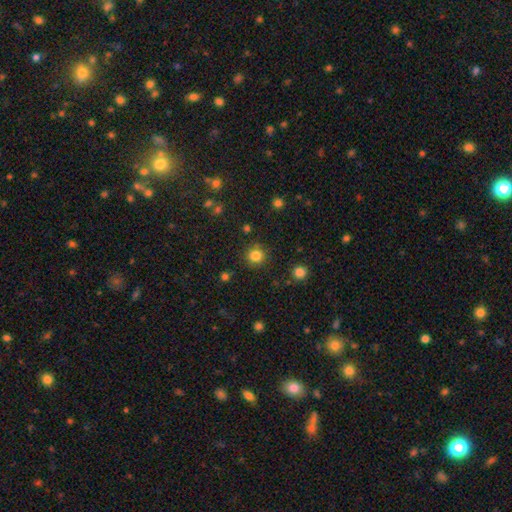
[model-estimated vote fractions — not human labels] smooth-or-featured: smooth: 83% | star or artifact: 12% | featured or disk: 5%
  how-rounded: round: 93% | in between: 6% | cigar-shaped: 1%
  merging: none: 88% | minor disturbance: 8% | major disturbance: 3% | merger: 2%